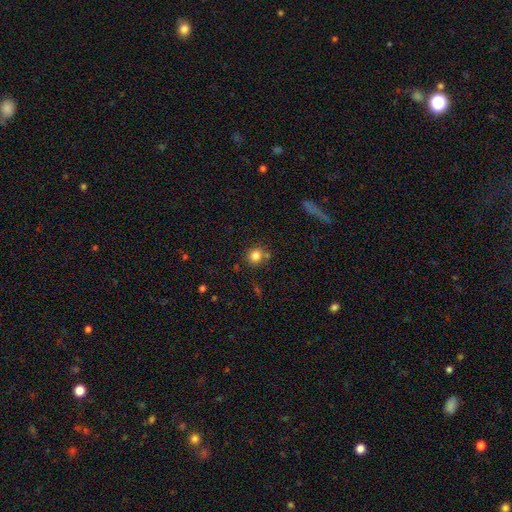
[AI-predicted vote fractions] A smooth galaxy with no disk features (82%) that is round (87%). Merging: none (74%).